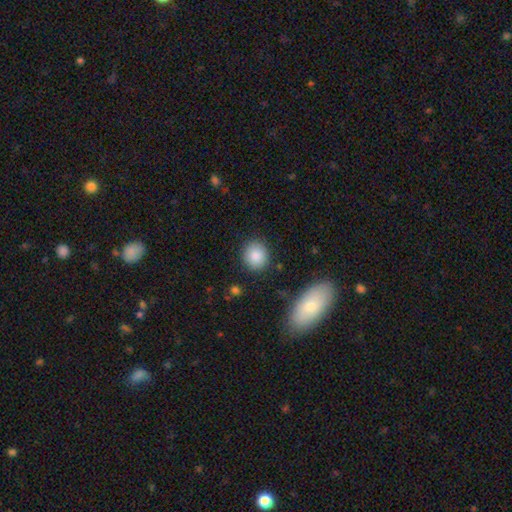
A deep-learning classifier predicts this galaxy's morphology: This is clearly a smooth galaxy (87%). How rounded: clearly round (80%). Merging: clearly none (87%).